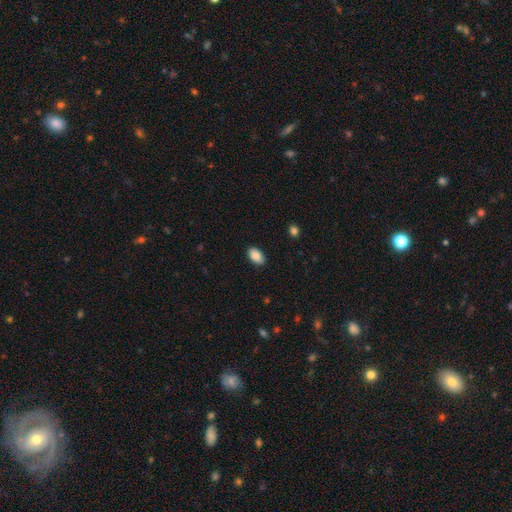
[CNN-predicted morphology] A smooth galaxy with no disk features (88%) that is in between round and cigar-shaped (94%).

Vote fractions:
- Smooth or featured? smooth: 88% / star or artifact: 7% / featured or disk: 5%
- How rounded? in between: 94% / round: 4% / cigar-shaped: 2%
- Merging? none: 88% / minor disturbance: 9% / major disturbance: 2% / merger: 1%